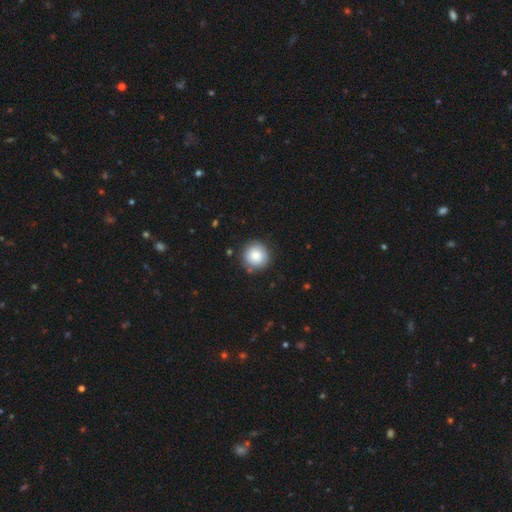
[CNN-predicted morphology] Smooth or featured?
  - smooth: 79% *
  - featured or disk: 13%
  - star or artifact: 8%
How rounded?
  - round: 95% *
  - in between: 4%
  - cigar-shaped: 1%
Merging?
  - none: 86% *
  - minor disturbance: 10%
  - major disturbance: 3%
  - merger: 2%